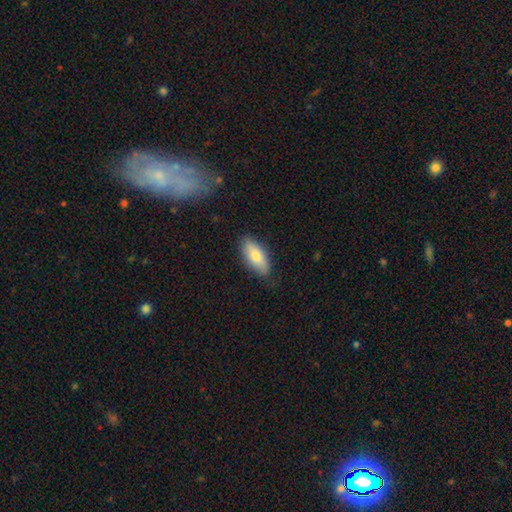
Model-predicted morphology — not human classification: Smooth or featured?
  - smooth: 78% *
  - featured or disk: 17%
  - star or artifact: 6%
How rounded?
  - in between: 85% *
  - cigar-shaped: 12%
  - round: 2%
Merging?
  - none: 82% *
  - minor disturbance: 14%
  - major disturbance: 3%
  - merger: 1%